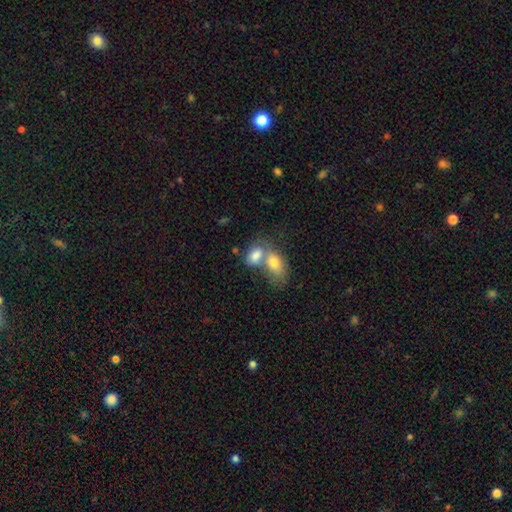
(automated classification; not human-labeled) This appears to be a smooth galaxy with no disk features (78%) that is in between round and cigar-shaped (87%). Merging: merger (68%).